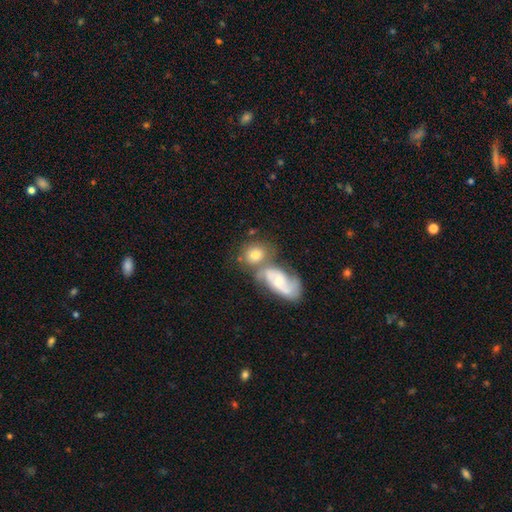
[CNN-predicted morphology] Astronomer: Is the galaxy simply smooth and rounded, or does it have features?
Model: featured or disk — 51% (runner-up: smooth, 39%).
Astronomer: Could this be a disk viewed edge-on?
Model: no — 92%.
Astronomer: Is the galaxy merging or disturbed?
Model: merger — 46% (runner-up: none, 38%).